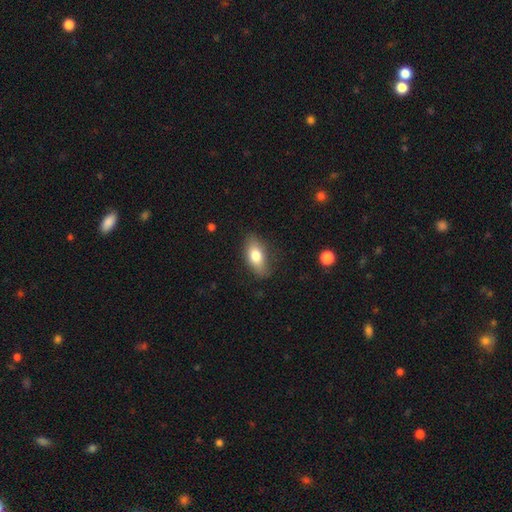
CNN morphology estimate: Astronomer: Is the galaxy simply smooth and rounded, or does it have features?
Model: smooth — 76%.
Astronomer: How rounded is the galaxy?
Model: in between — 86%.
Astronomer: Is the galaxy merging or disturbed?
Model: none — 78%.